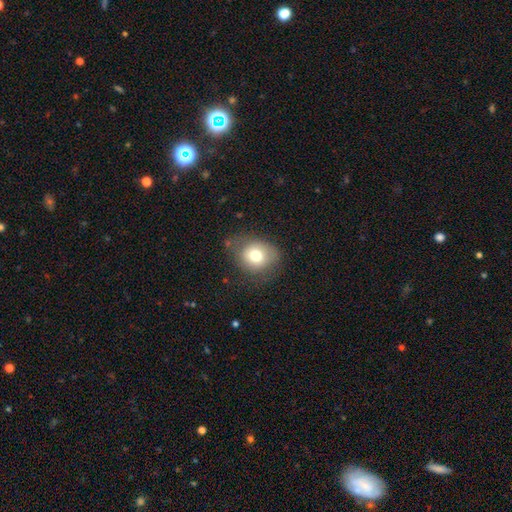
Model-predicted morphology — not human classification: This appears to be a smooth galaxy with no disk features (75%) that is round (67%). Merging: none (67%).